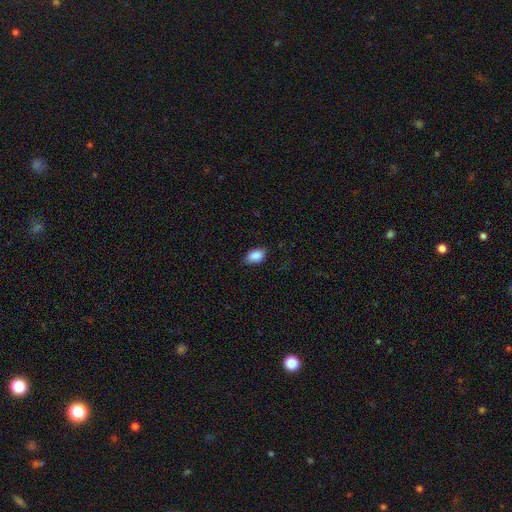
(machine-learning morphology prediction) Smooth or featured: smooth — 88% (star or artifact — 7%)
How rounded: in between — 90% (round — 8%)
Merging: none — 79% (minor disturbance — 17%)